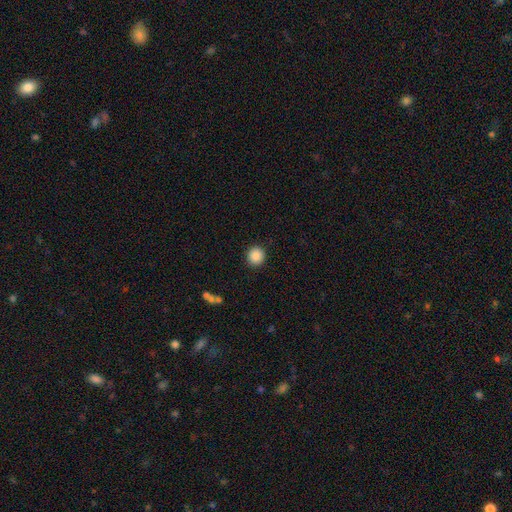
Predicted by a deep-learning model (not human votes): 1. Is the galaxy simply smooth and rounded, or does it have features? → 89% smooth, 9% star or artifact, 3% featured or disk.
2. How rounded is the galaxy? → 94% round, 5% in between, 1% cigar-shaped.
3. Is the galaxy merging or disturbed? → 91% none, 6% minor disturbance, 2% major disturbance, 1% merger.